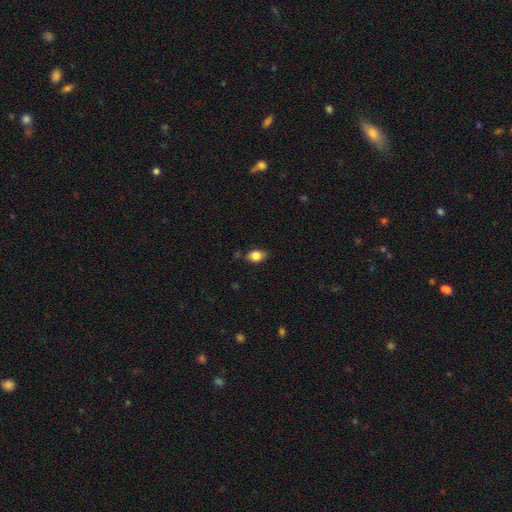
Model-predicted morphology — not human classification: Smooth or featured: smooth — 83% (star or artifact — 9%)
How rounded: in between — 78% (round — 20%)
Merging: none — 79% (minor disturbance — 15%)